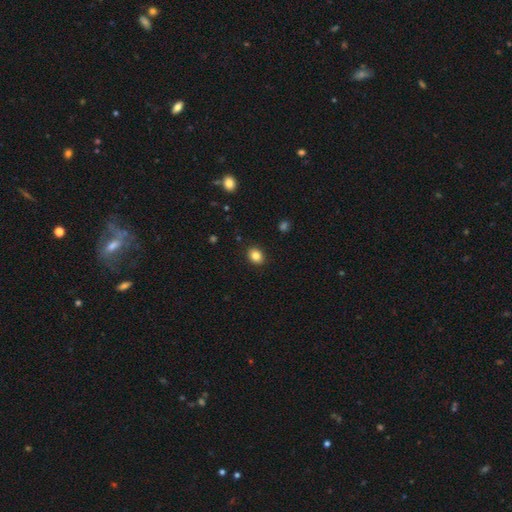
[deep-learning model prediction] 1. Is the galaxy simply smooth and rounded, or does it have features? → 84% smooth, 10% star or artifact, 6% featured or disk.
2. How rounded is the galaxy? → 51% round, 48% in between, 1% cigar-shaped.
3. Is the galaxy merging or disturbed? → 89% none, 8% minor disturbance, 2% major disturbance, 1% merger.